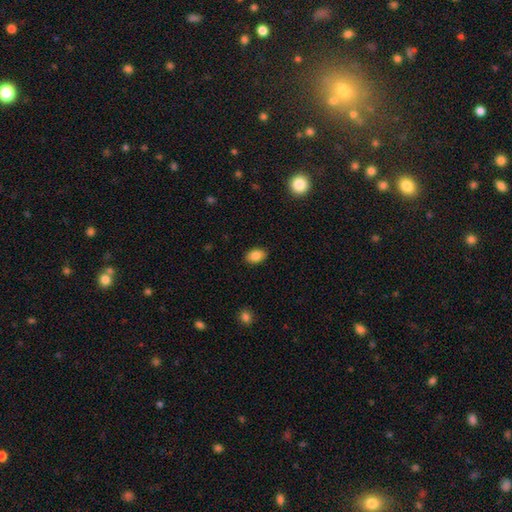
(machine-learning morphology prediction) The model was most divided on "how rounded": in between: 86%, round: 13%, cigar-shaped: 1%. More confident: merging — none (88%); smooth or featured — smooth (86%).